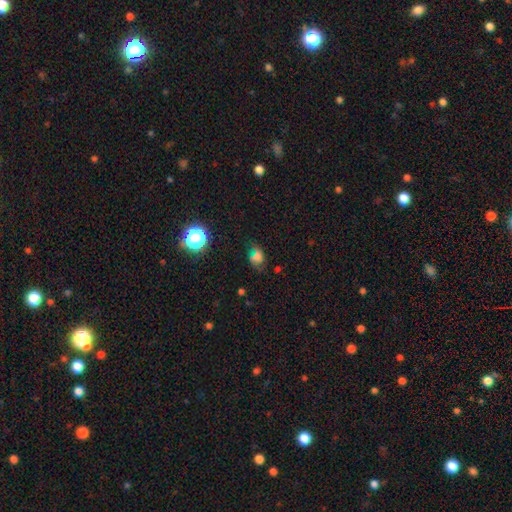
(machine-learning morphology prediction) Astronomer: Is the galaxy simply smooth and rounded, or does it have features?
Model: smooth — 60%.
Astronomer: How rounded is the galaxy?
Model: in between — 62%.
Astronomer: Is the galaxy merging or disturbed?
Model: none — 58%.